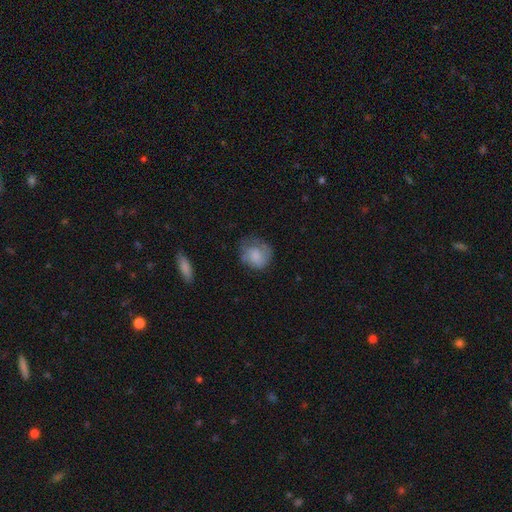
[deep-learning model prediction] This appears to be a smooth galaxy with no disk features (65%) that is round (74%). Merging: none (55%).